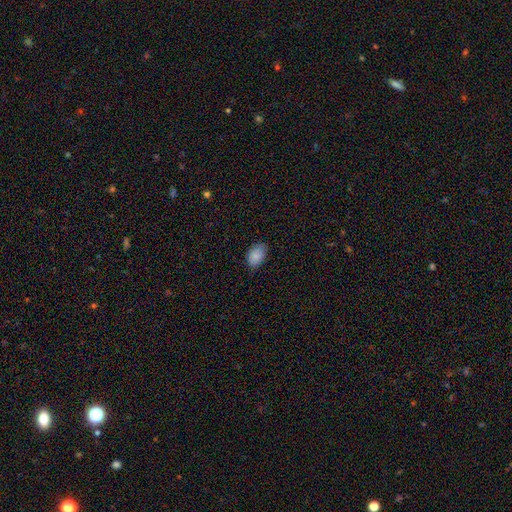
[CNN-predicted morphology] smooth-or-featured: smooth: 86% | star or artifact: 7% | featured or disk: 7%
  how-rounded: in between: 88% | round: 11% | cigar-shaped: 1%
  merging: none: 78% | minor disturbance: 18% | major disturbance: 3% | merger: 1%